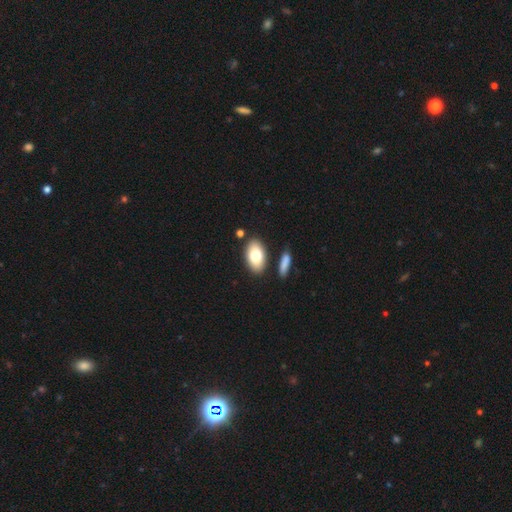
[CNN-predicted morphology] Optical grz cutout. It shows a smooth galaxy with no disk features (76%) that is in between round and cigar-shaped (92%). Merging: none (80%).